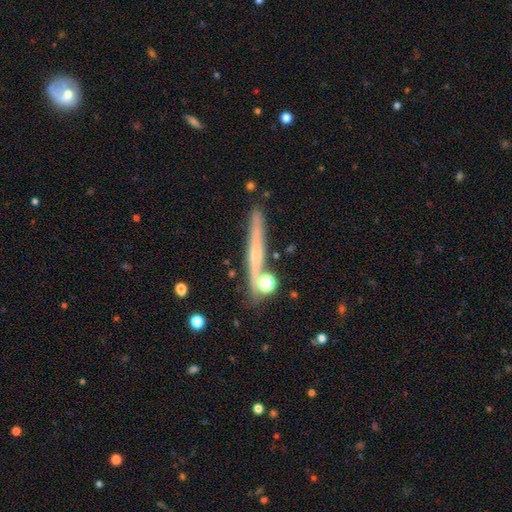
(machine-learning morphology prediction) type=featured or disk (50%); edge-on=yes (94%); merging=none (79%).